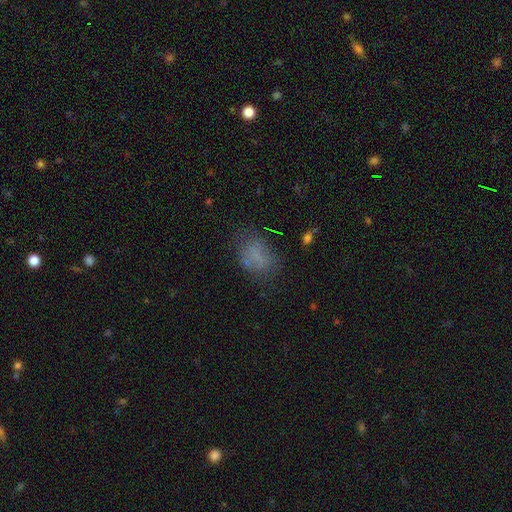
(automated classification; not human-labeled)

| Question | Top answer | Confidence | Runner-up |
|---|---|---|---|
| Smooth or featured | smooth | 66% | featured or disk (19%) |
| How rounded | in between | 74% | round (24%) |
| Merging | none | 59% | minor disturbance (23%) |